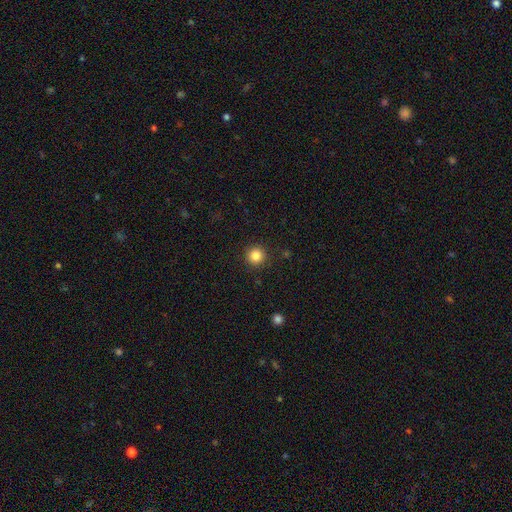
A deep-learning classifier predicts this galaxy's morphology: Smooth or featured?
  - smooth: 85% *
  - star or artifact: 11%
  - featured or disk: 4%
How rounded?
  - round: 95% *
  - in between: 4%
  - cigar-shaped: 1%
Merging?
  - none: 92% *
  - minor disturbance: 5%
  - major disturbance: 2%
  - merger: 1%